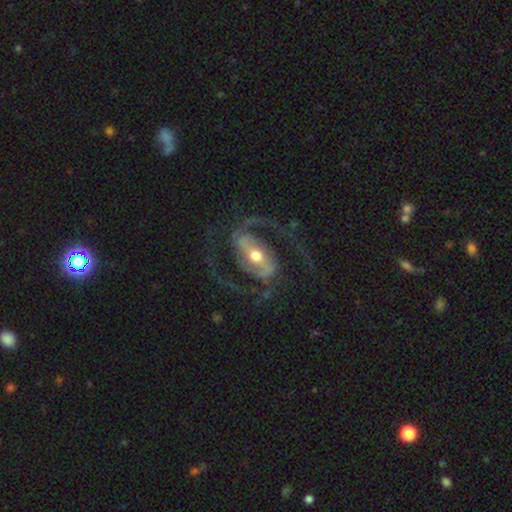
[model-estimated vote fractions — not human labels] Overall: featured or disk (92%). Edge-on disk: no (97%). Bar: strong (54%; weak 32%). Spiral arms: yes (97%). Spiral arm count: 2 (92%). Spiral winding: medium (61%; loose 24%). Bulge size: moderate (70%). Merging: none (76%).